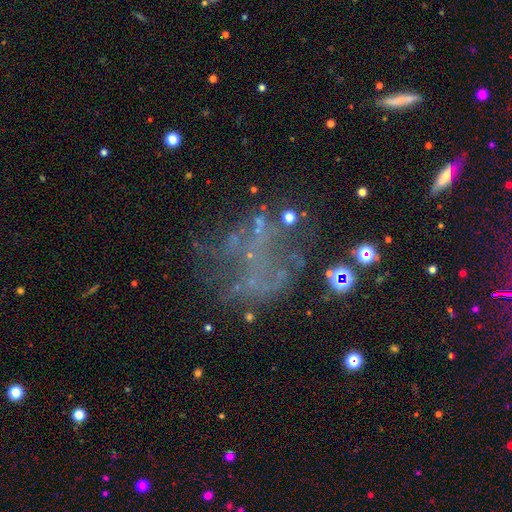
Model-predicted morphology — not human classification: A featured or disk galaxy (43%).

Vote fractions:
- Smooth or featured? featured or disk: 43% / star or artifact: 40% / smooth: 18%
- Merging? none: 48% / major disturbance: 30% / minor disturbance: 15% / merger: 7%